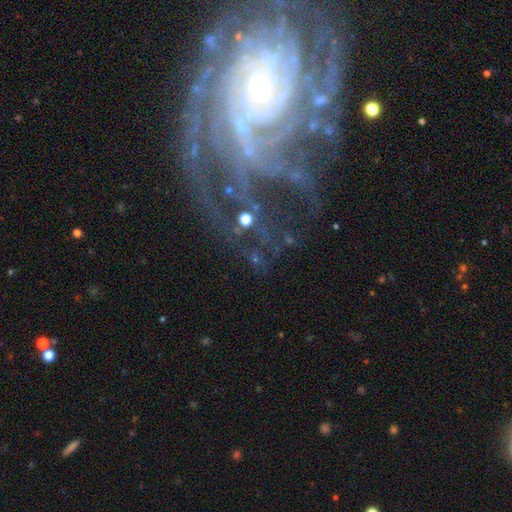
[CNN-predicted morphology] Smooth or featured?
  - featured or disk: 69% *
  - star or artifact: 20%
  - smooth: 11%
Edge-on disk?
  - no: 95% *
  - yes: 5%
Bar?
  - no: 38% *
  - weak: 35%
  - strong: 27%
Spiral arms?
  - yes: 88% *
  - no: 12%
Spiral winding?
  - tight: 48% *
  - medium: 38%
  - loose: 14%
Spiral arm count?
  - can't tell: 26% *
  - 2: 24%
  - 3: 18%
  - 4: 11%
  - 1: 11%
  - more than 4: 11%
Bulge size?
  - small: 68% *
  - moderate: 17%
  - none: 11%
  - large: 3%
  - dominant: 2%
Merging?
  - none: 61% *
  - major disturbance: 18%
  - minor disturbance: 16%
  - merger: 5%